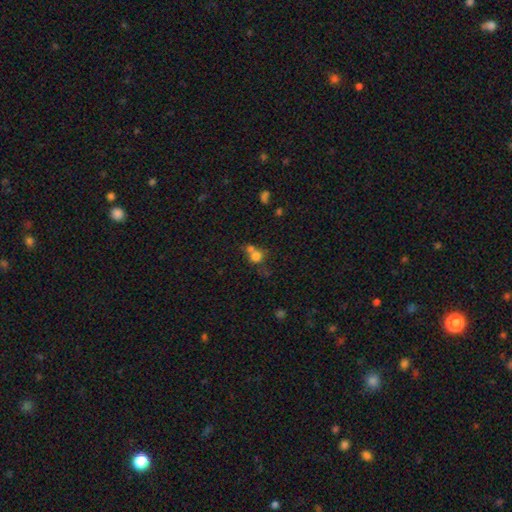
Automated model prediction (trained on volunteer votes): Overall: smooth (73%). How rounded: round (81%). Merging: merger (51%; none 37%).